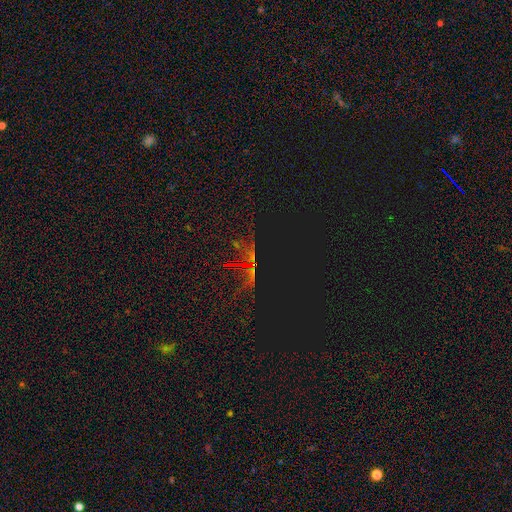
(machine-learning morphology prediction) Smooth or featured? Predicted: star or artifact (p=0.83).